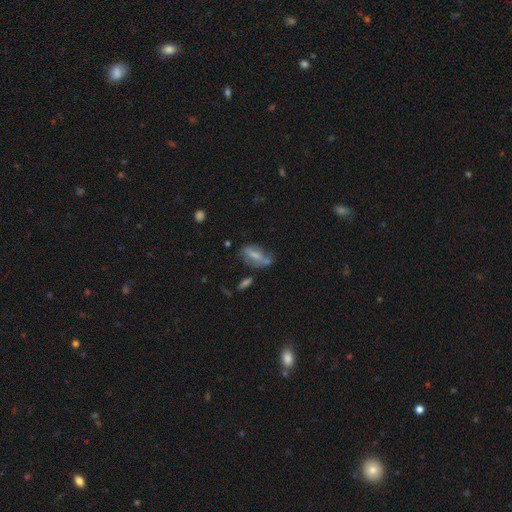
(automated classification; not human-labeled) Morphology: type=smooth (52%); roundness=in between (73%); merging=none (44%).